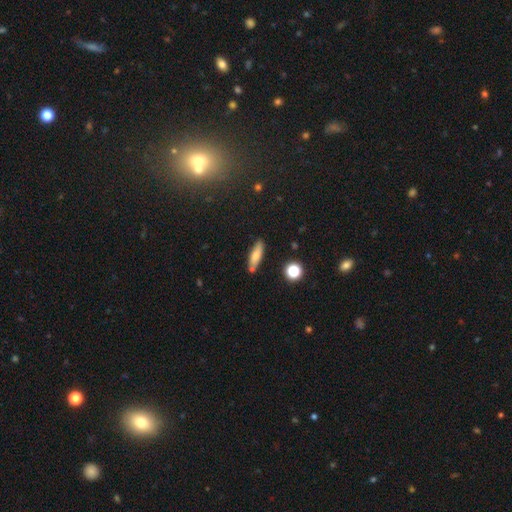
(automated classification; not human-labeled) Overall: smooth (70%). How rounded: cigar-shaped (60%; in between 37%). Merging: none (77%).